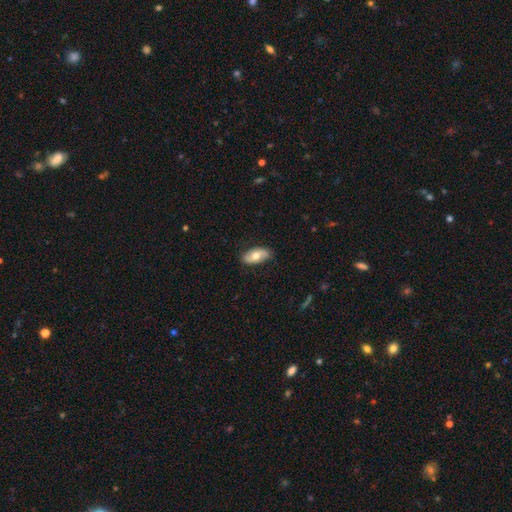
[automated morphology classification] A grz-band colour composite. It shows a smooth galaxy with no disk features (56%) that is in between round and cigar-shaped (91%). Merging: none (82%).